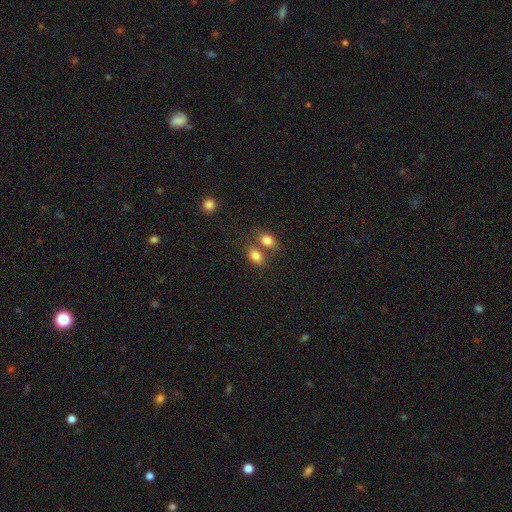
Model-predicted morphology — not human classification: smooth_or_featured: smooth (p=0.82) [alt: star or artifact p=0.10]
how_rounded: in between (p=0.81) [alt: round p=0.18]
merging: none (p=0.45) [alt: merger p=0.41]